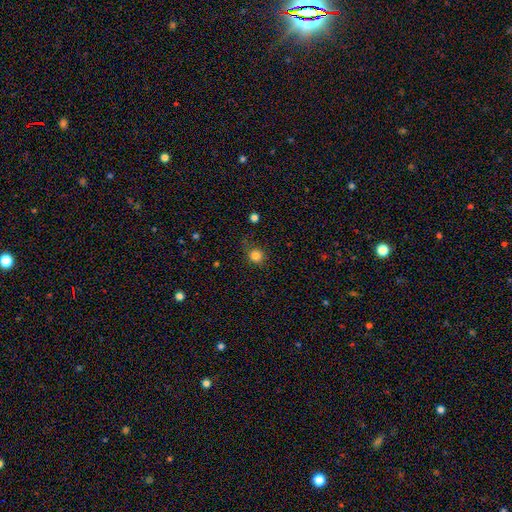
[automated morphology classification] Smooth or featured: smooth — 82% (star or artifact — 13%)
How rounded: round — 88% (in between — 11%)
Merging: none — 76% (minor disturbance — 17%)